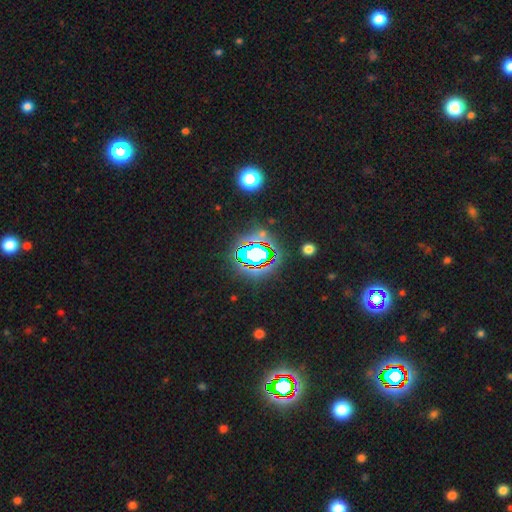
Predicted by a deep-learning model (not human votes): This appears to be a star or artifact, not a galaxy (64%).